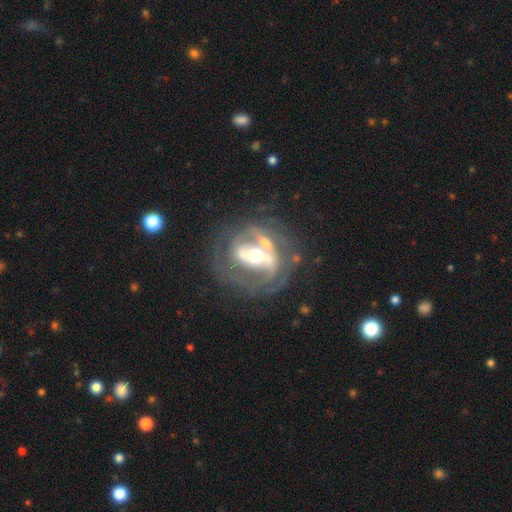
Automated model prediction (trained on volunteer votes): Overall: featured or disk (85%). Edge-on disk: no (93%). Bar: strong (65%). Spiral arms: yes (78%). Spiral arm count: 2 (62%). Spiral winding: tight (49%; medium 37%). Bulge size: moderate (62%). Merging: none (57%).